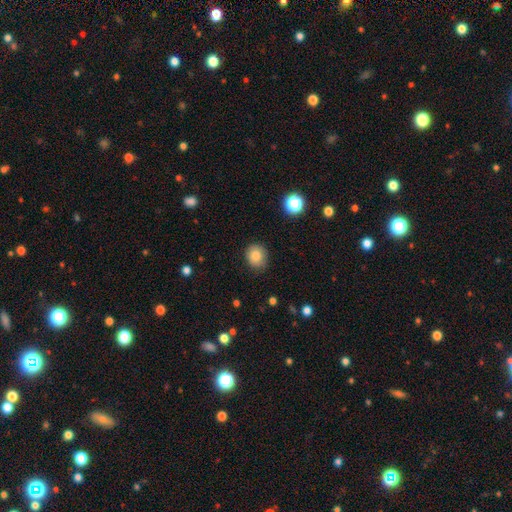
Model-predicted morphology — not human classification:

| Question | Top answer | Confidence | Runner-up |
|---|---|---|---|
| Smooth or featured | smooth | 83% | star or artifact (10%) |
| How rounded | round | 72% | in between (28%) |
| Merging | none | 79% | minor disturbance (16%) |